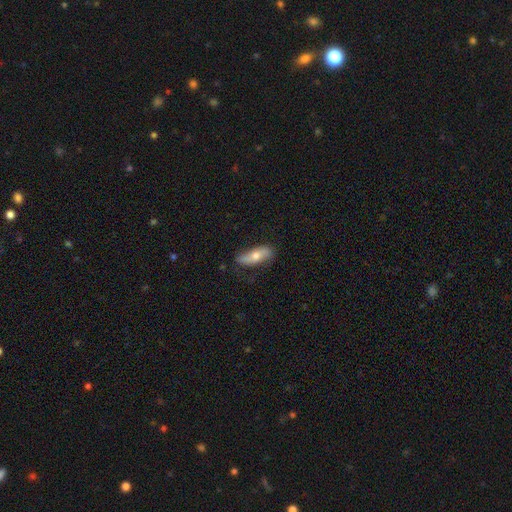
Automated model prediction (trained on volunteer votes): Smooth or featured? Predicted: smooth (p=0.58). How rounded? Predicted: in between (p=0.55). Merging? Predicted: none (p=0.77).